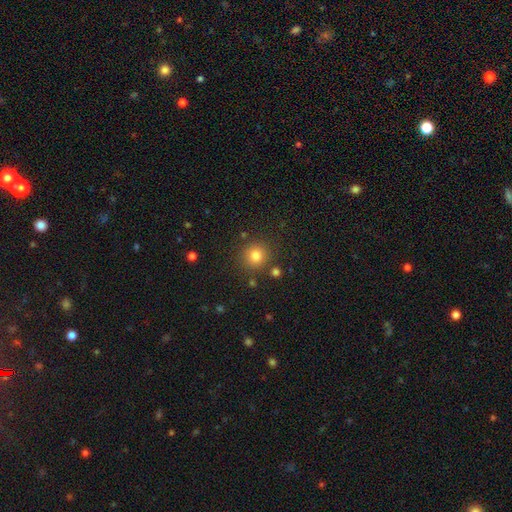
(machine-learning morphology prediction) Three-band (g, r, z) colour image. It shows a smooth galaxy with no disk features (81%) that is round (92%). Merging: none (85%).